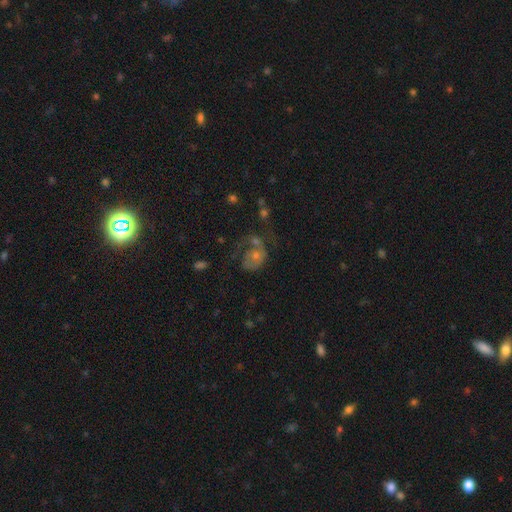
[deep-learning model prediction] featured or disk 58%, smooth 28%, star or artifact 15%. Down the decision tree: edge-on disk — no (97%); bar — no (84%); spiral arms — yes (61%); bulge size — small (44%); merging — major disturbance (34%).